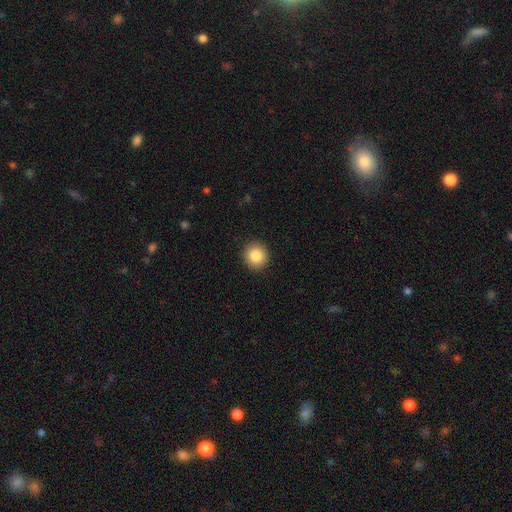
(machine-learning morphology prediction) Smooth or featured: smooth — 87% (star or artifact — 9%)
How rounded: round — 91% (in between — 8%)
Merging: none — 91% (minor disturbance — 6%)